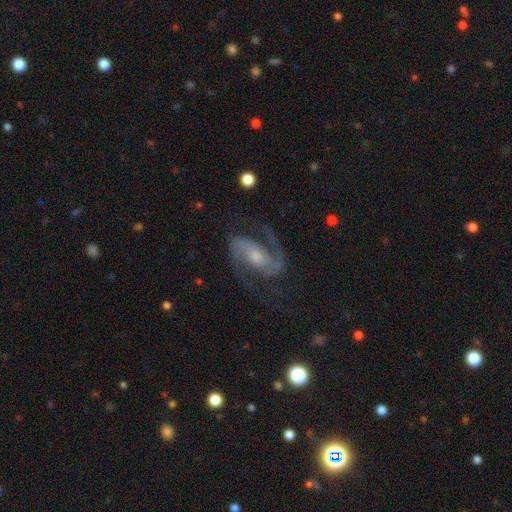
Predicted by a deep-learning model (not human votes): smooth_or_featured: featured or disk (p=0.91) [alt: star or artifact p=0.05]
disk_edge_on: no (p=0.97) [alt: yes p=0.03]
bar: weak (p=0.40) [alt: no p=0.36]
has_spiral_arms: yes (p=0.98) [alt: no p=0.02]
spiral_winding: medium (p=0.60) [alt: loose p=0.22]
spiral_arm_count: 2 (p=0.93) [alt: can't tell p=0.02]
bulge_size: moderate (p=0.45) [alt: small p=0.43]
merging: none (p=0.75) [alt: minor disturbance p=0.14]